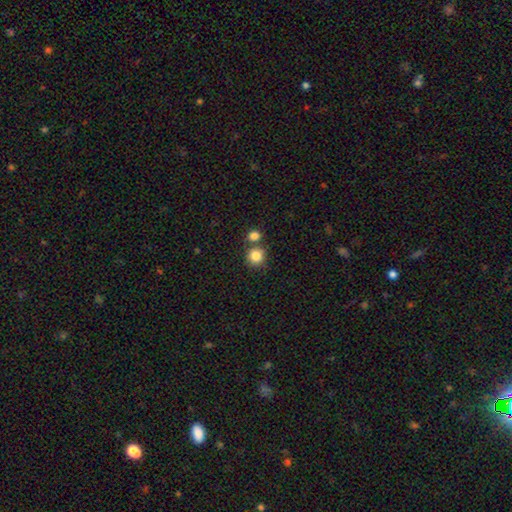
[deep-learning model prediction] A smooth galaxy with no disk features (84%) that is round (90%). Merging: none (64%).